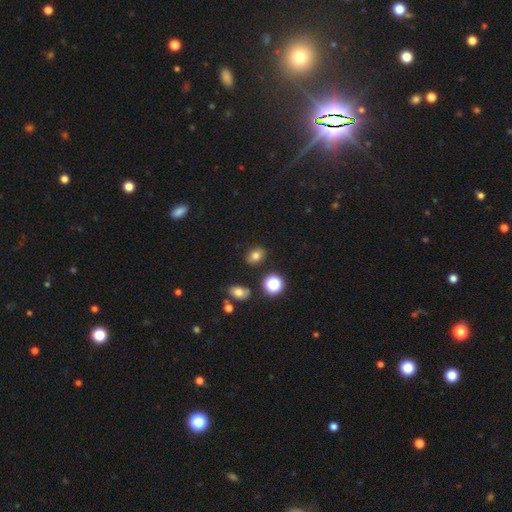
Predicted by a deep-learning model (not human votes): Smooth or featured? Predicted: smooth (p=0.77). How rounded? Predicted: in between (p=0.70). Merging? Predicted: none (p=0.85).